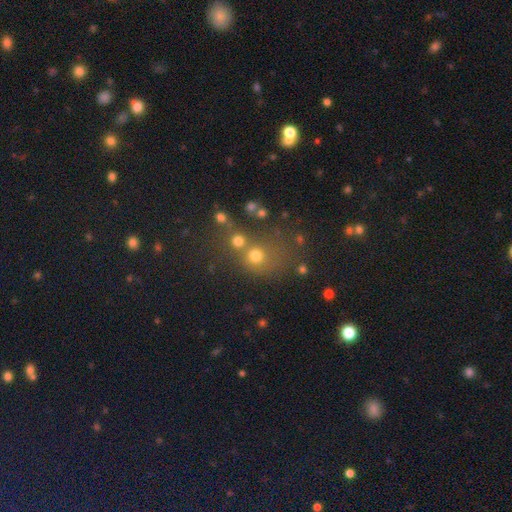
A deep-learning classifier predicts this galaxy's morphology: Smooth or featured? smooth (66%)
How rounded? round (80%)
Merging? none (49%)